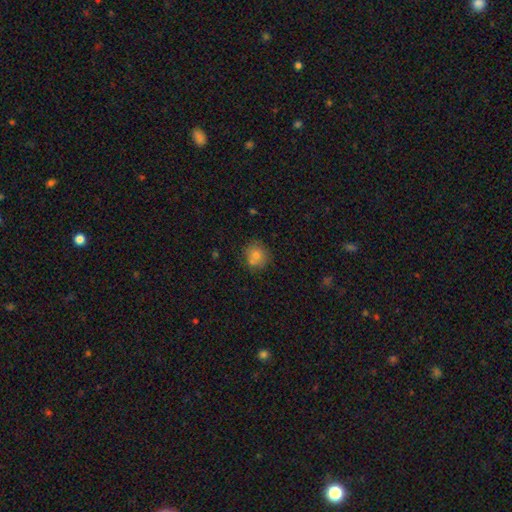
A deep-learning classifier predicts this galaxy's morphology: smooth 75%, star or artifact 13%, featured or disk 12%. Down the decision tree: how rounded — round (86%); merging — none (73%).